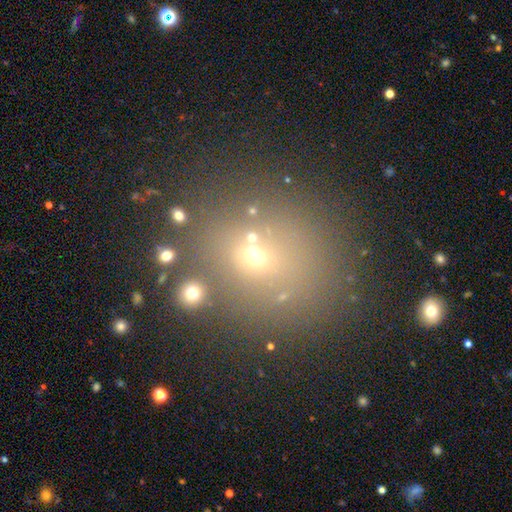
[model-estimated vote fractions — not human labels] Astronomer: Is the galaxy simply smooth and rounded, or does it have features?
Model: smooth — 52% (runner-up: star or artifact, 32%).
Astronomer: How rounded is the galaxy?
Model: round — 59% (runner-up: in between, 39%).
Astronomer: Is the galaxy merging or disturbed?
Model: none — 66%.